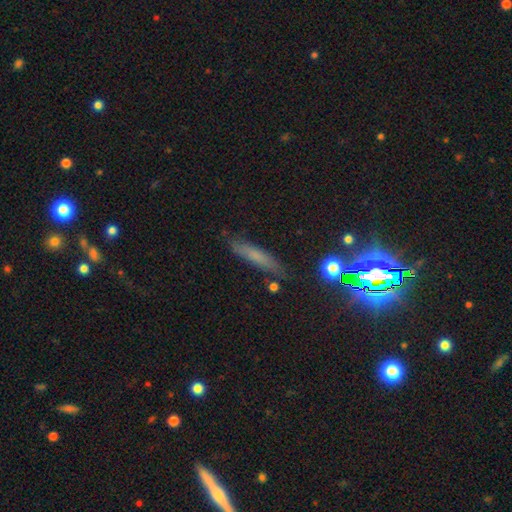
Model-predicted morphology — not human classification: Smooth or featured: smooth — 57% (featured or disk — 24%)
How rounded: cigar-shaped — 83% (in between — 13%)
Merging: none — 80% (minor disturbance — 13%)